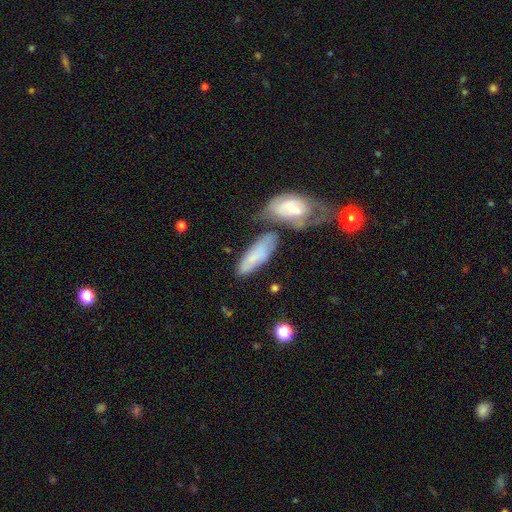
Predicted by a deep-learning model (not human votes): Q: Smooth or featured?
A: smooth (60%); runner-up: featured or disk (33%)
Q: How rounded?
A: in between (66%); runner-up: cigar-shaped (32%)
Q: Merging?
A: none (42%); runner-up: merger (29%)